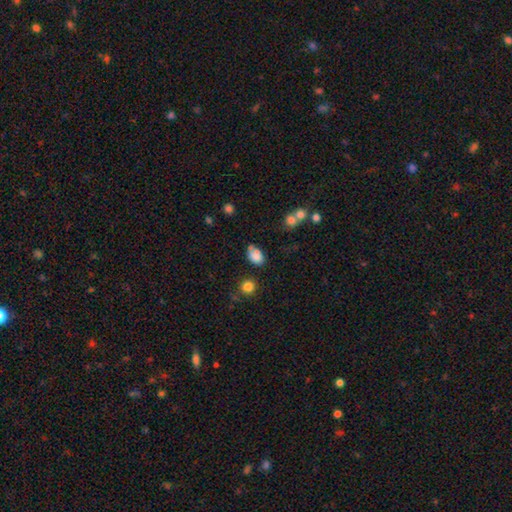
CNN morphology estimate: A smooth galaxy with no disk features (76%) that is in between round and cigar-shaped (80%). Merging: none (47%).